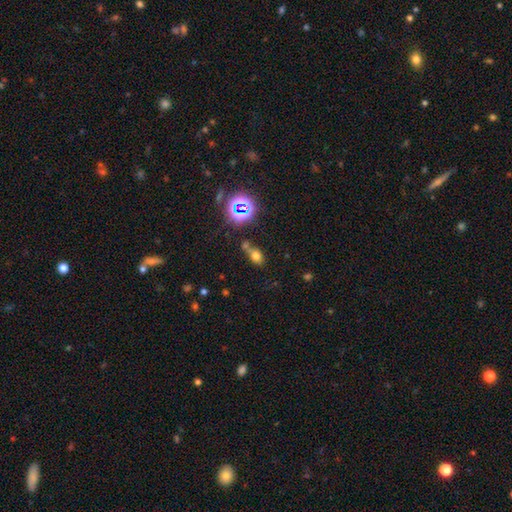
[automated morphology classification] A smooth galaxy with no disk features (64%) that is in between round and cigar-shaped (63%).

Vote fractions:
- Smooth or featured? smooth: 64% / star or artifact: 24% / featured or disk: 12%
- How rounded? in between: 63% / round: 34% / cigar-shaped: 3%
- Merging? none: 46% / merger: 32% / minor disturbance: 15% / major disturbance: 7%